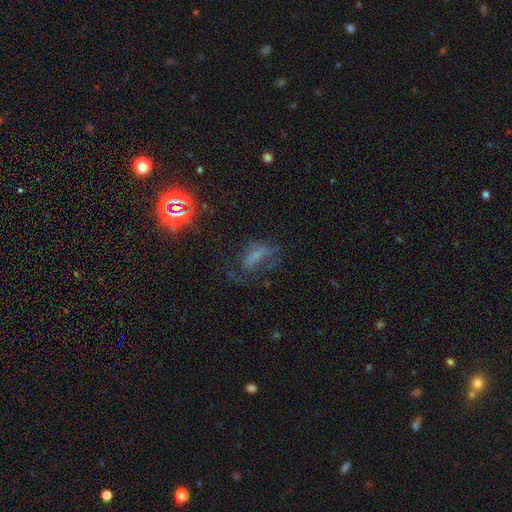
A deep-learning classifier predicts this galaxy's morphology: A smooth galaxy with no disk features (39%). Merging: major disturbance (38%).